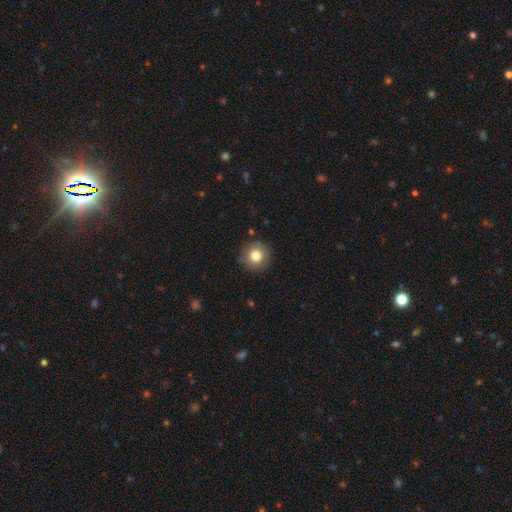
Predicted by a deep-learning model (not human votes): The model was most divided on "smooth or featured": smooth: 81%, star or artifact: 10%, featured or disk: 9%. More confident: how rounded — round (93%); merging — none (86%).